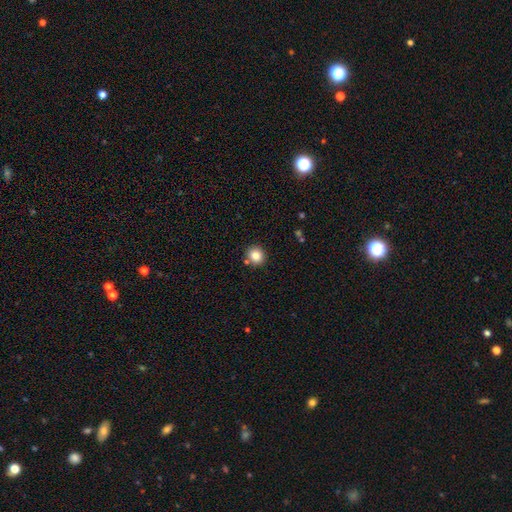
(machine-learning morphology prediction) smooth-or-featured: smooth: 85% | star or artifact: 10% | featured or disk: 5%
  how-rounded: round: 86% | in between: 13% | cigar-shaped: 1%
  merging: none: 83% | minor disturbance: 9% | merger: 6% | major disturbance: 2%